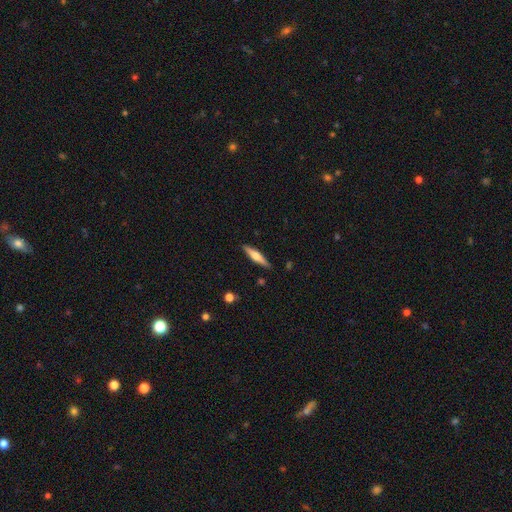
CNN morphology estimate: smooth-or-featured: featured or disk: 54% | smooth: 40% | star or artifact: 6%
  disk-edge-on: yes: 96% | no: 4%
    edge-on-bulge: rounded: 82% | boxy: 12% | none: 6%
  merging: none: 89% | minor disturbance: 8% | major disturbance: 2% | merger: 1%